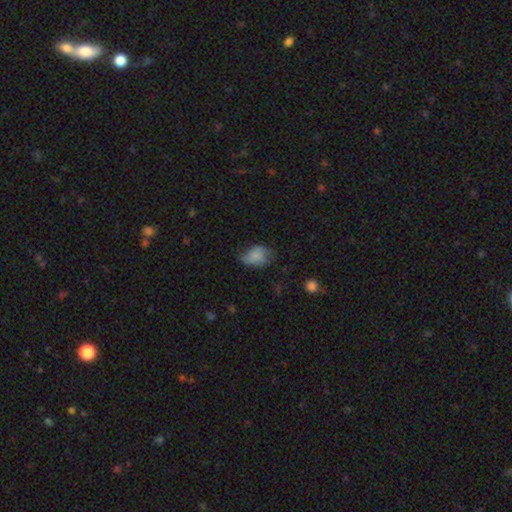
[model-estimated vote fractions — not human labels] This appears to be a smooth galaxy with no disk features (75%) that is in between round and cigar-shaped (78%). Merging: minor disturbance (40%).